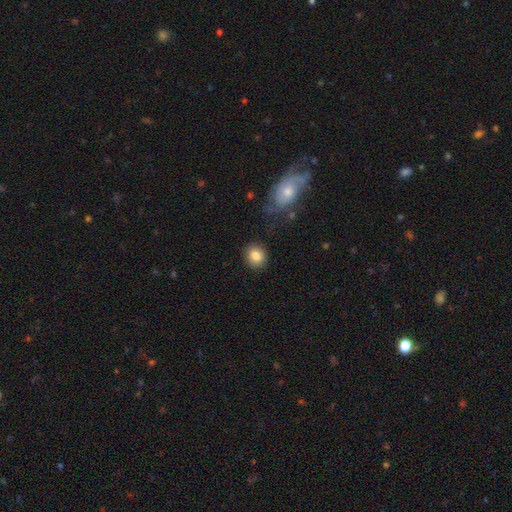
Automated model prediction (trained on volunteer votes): Smooth or featured?
  - smooth: 84% *
  - star or artifact: 9%
  - featured or disk: 7%
How rounded?
  - round: 82% *
  - in between: 17%
  - cigar-shaped: 1%
Merging?
  - none: 87% *
  - minor disturbance: 8%
  - major disturbance: 3%
  - merger: 2%